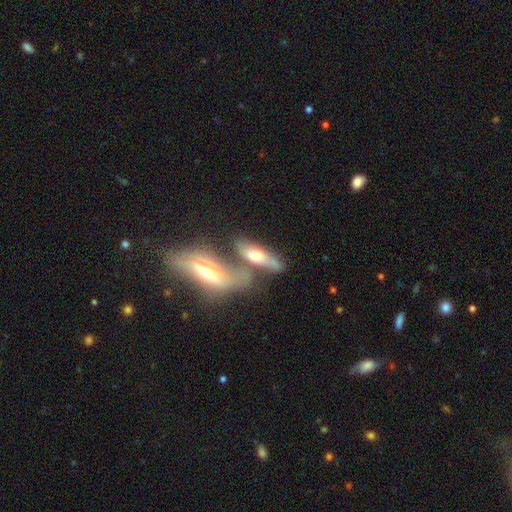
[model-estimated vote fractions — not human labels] Smooth or featured? Predicted: smooth (p=0.50). How rounded? Predicted: in between (p=0.57). Merging? Predicted: merger (p=0.48).